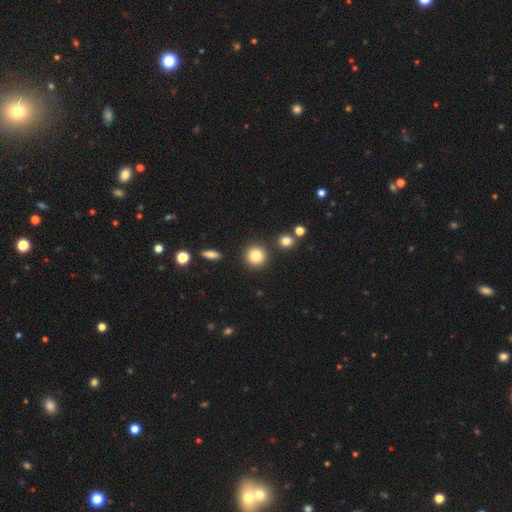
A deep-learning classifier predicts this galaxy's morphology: The model was most divided on "smooth or featured": smooth: 83%, star or artifact: 11%, featured or disk: 7%. More confident: how rounded — round (93%); merging — none (87%).